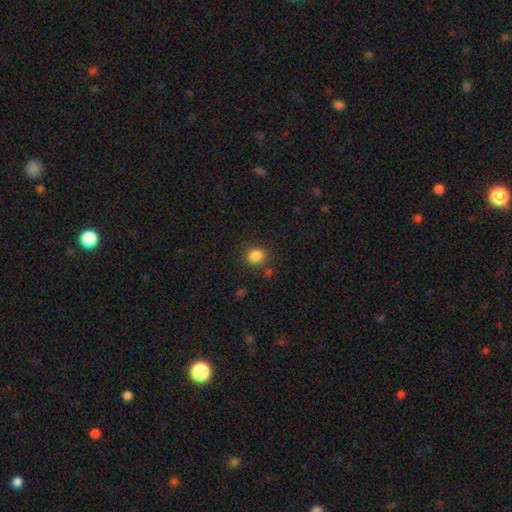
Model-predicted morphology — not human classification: A smooth galaxy with no disk features (85%) that is round (70%). Merging: none (82%).